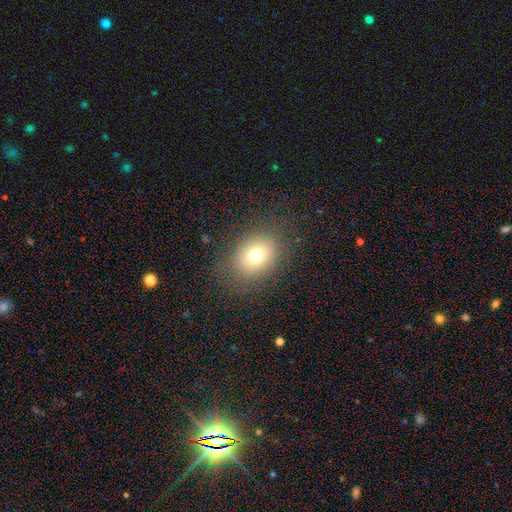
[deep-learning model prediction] Smooth or featured: smooth — 72% (star or artifact — 15%)
How rounded: in between — 54% (round — 45%)
Merging: none — 82% (minor disturbance — 11%)